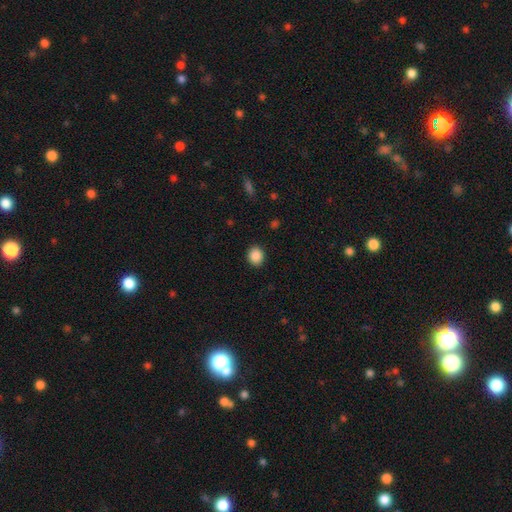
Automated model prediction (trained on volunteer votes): smooth 89%, star or artifact 9%, featured or disk 3%. Down the decision tree: how rounded — round (71%); merging — none (90%).